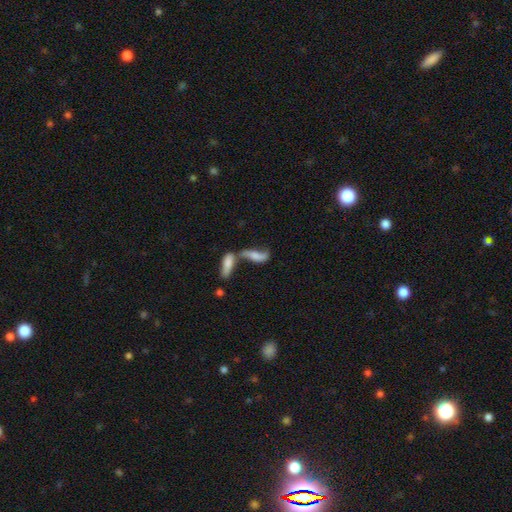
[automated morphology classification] A smooth galaxy with no disk features (51%) that is in between round and cigar-shaped (50%). Merging: merger (61%).